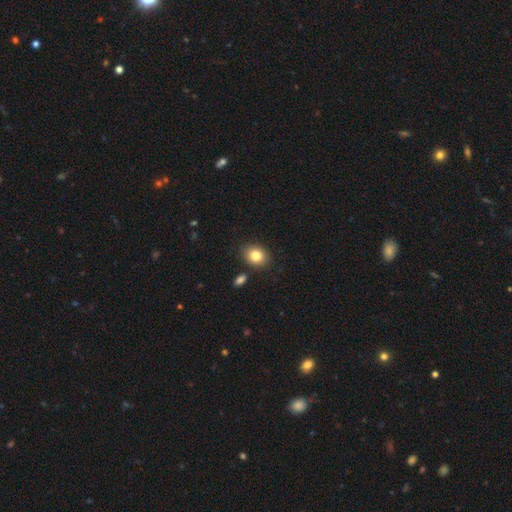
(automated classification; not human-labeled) Smooth or featured: smooth — 82% (star or artifact — 10%)
How rounded: round — 53% (in between — 46%)
Merging: none — 83% (minor disturbance — 10%)